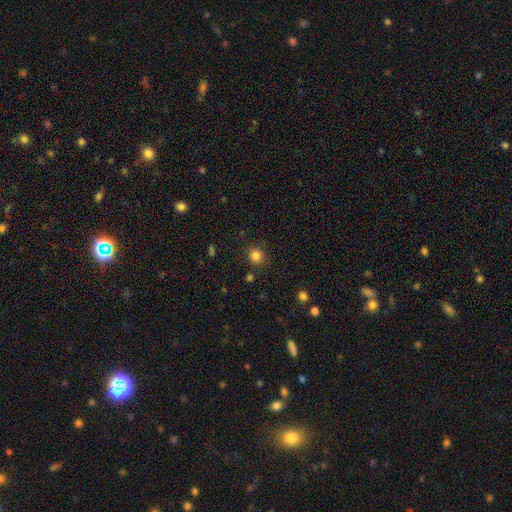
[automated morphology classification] Smooth or featured?
  - smooth: 83% *
  - star or artifact: 12%
  - featured or disk: 5%
How rounded?
  - round: 85% *
  - in between: 15%
  - cigar-shaped: 1%
Merging?
  - none: 86% *
  - minor disturbance: 8%
  - major disturbance: 3%
  - merger: 2%